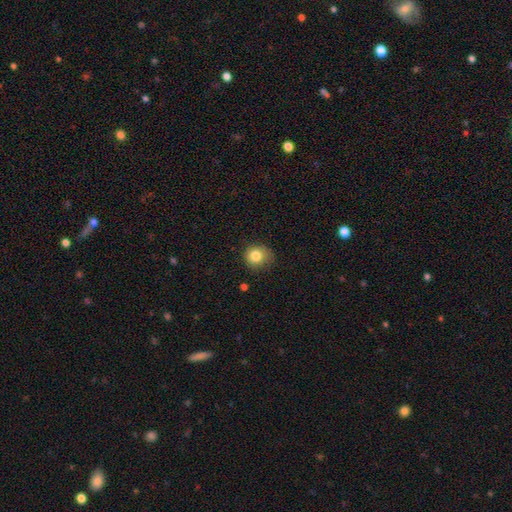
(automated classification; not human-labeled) Smooth or featured? Predicted: smooth (p=0.81). How rounded? Predicted: round (p=0.85). Merging? Predicted: none (p=0.71).